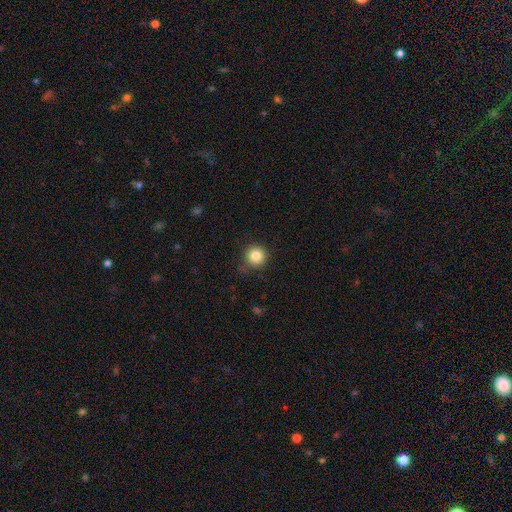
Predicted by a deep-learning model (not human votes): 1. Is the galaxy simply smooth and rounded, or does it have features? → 83% smooth, 11% star or artifact, 5% featured or disk.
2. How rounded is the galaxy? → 94% round, 5% in between, 1% cigar-shaped.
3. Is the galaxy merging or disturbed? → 80% none, 15% minor disturbance, 3% major disturbance, 2% merger.